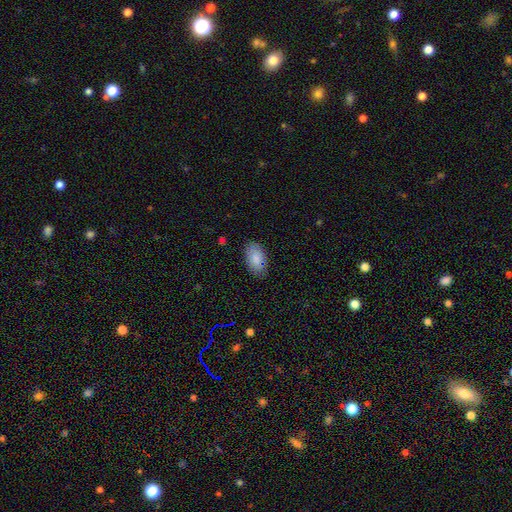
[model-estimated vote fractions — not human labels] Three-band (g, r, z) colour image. It shows a smooth galaxy with no disk features (85%) that is in between round and cigar-shaped (94%). Merging: none (83%).